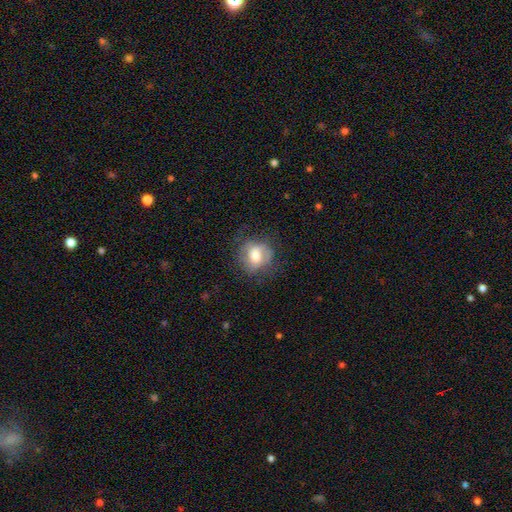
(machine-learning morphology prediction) A smooth galaxy with no disk features (58%) that is round (76%). Merging: none (66%).